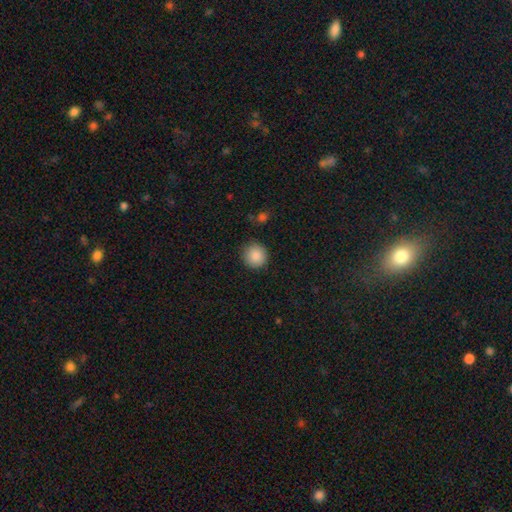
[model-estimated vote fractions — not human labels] A smooth galaxy with no disk features (88%) that is round (94%). Merging: none (90%).